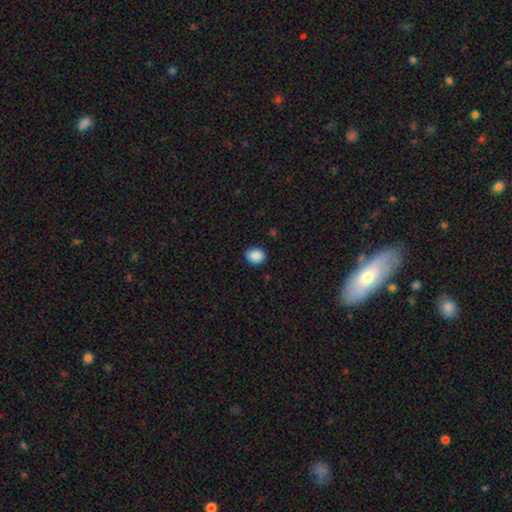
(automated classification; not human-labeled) Smooth or featured?
  - smooth: 88% *
  - star or artifact: 8%
  - featured or disk: 3%
How rounded?
  - round: 56% *
  - in between: 43%
  - cigar-shaped: 1%
Merging?
  - none: 86% *
  - minor disturbance: 11%
  - major disturbance: 2%
  - merger: 1%